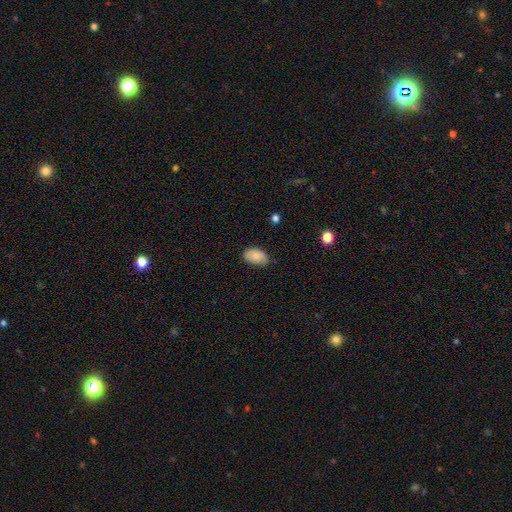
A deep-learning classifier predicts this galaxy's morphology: smooth-or-featured: smooth: 85% | featured or disk: 8% | star or artifact: 7%
  how-rounded: in between: 92% | round: 6% | cigar-shaped: 1%
  merging: none: 79% | minor disturbance: 17% | major disturbance: 3% | merger: 1%